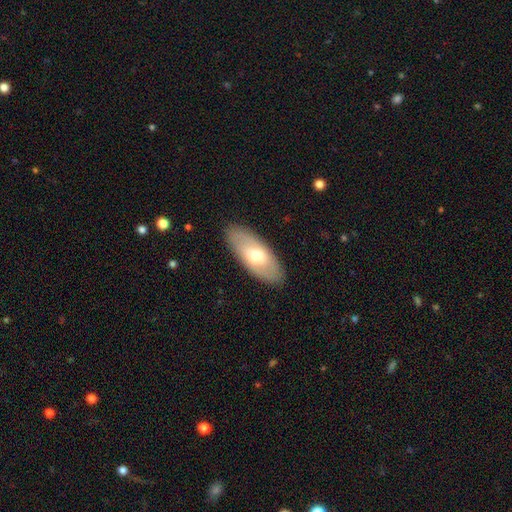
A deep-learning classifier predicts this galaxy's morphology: The model was most divided on "smooth or featured": smooth: 55%, featured or disk: 39%, star or artifact: 6%. More confident: merging — none (87%); how rounded — in between (86%).